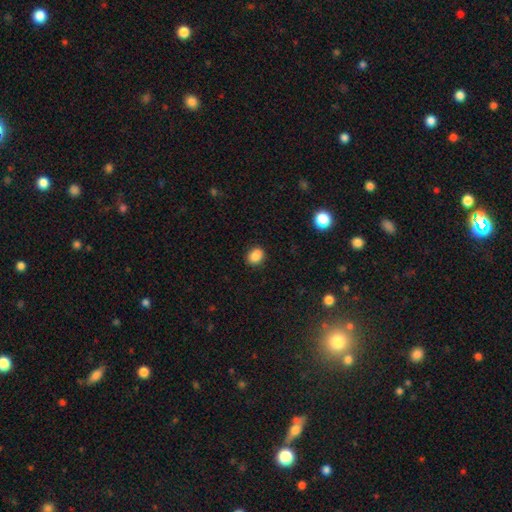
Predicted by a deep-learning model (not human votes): smooth-or-featured: smooth: 87% | star or artifact: 10% | featured or disk: 3%
  how-rounded: in between: 56% | round: 43% | cigar-shaped: 1%
  merging: none: 88% | minor disturbance: 8% | major disturbance: 2% | merger: 1%